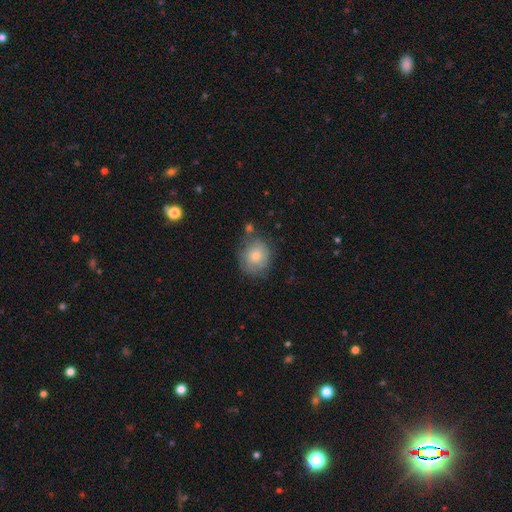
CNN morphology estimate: A smooth galaxy with no disk features (66%) that is round (75%).

Vote fractions:
- Smooth or featured? smooth: 66% / featured or disk: 25% / star or artifact: 9%
- How rounded? round: 75% / in between: 24% / cigar-shaped: 1%
- Merging? none: 69% / minor disturbance: 21% / major disturbance: 6% / merger: 5%